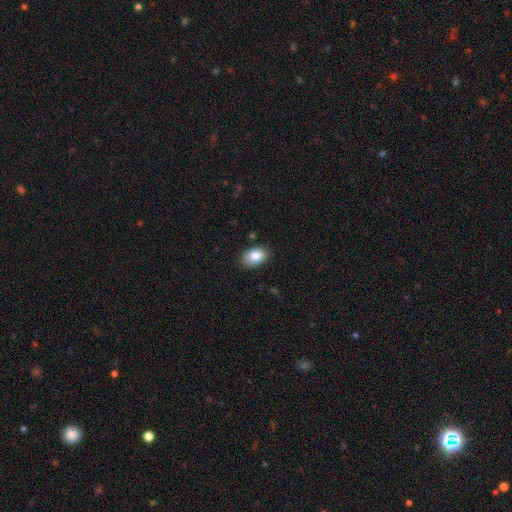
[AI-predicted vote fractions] Overall: smooth (85%). How rounded: in between (90%). Merging: none (86%).